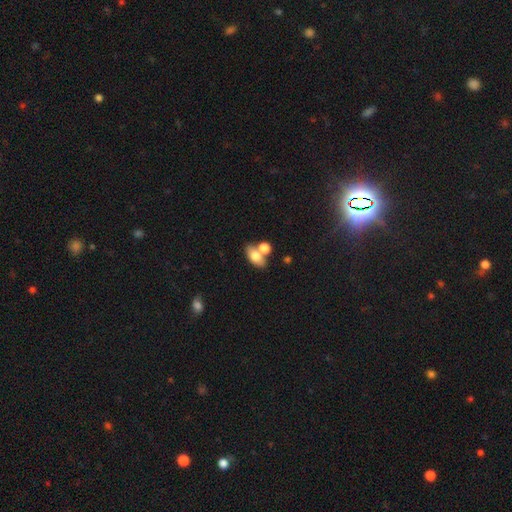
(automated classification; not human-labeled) smooth_or_featured: smooth (p=0.73) [alt: featured or disk p=0.18]
how_rounded: in between (p=0.84) [alt: round p=0.12]
merging: none (p=0.48) [alt: merger p=0.36]